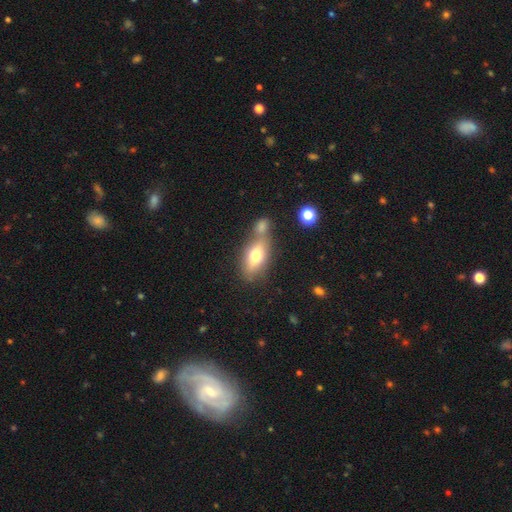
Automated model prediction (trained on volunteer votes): A smooth galaxy with no disk features (70%) that is in between round and cigar-shaped (82%).

Vote fractions:
- Smooth or featured? smooth: 70% / featured or disk: 22% / star or artifact: 8%
- How rounded? in between: 82% / cigar-shaped: 12% / round: 6%
- Merging? none: 45% / merger: 36% / minor disturbance: 14% / major disturbance: 5%